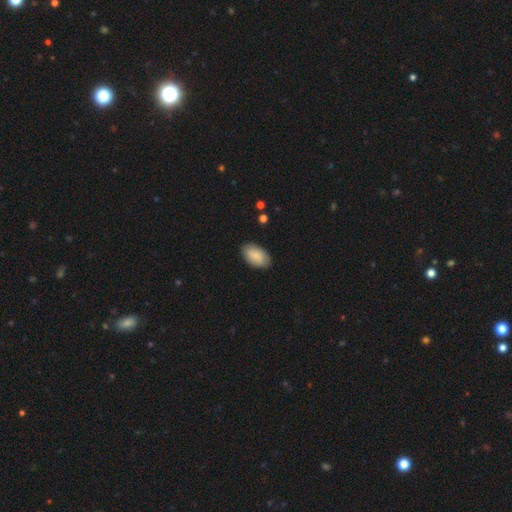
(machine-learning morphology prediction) This is clearly a smooth galaxy (86%). How rounded: clearly in between (94%). Merging: clearly none (86%).